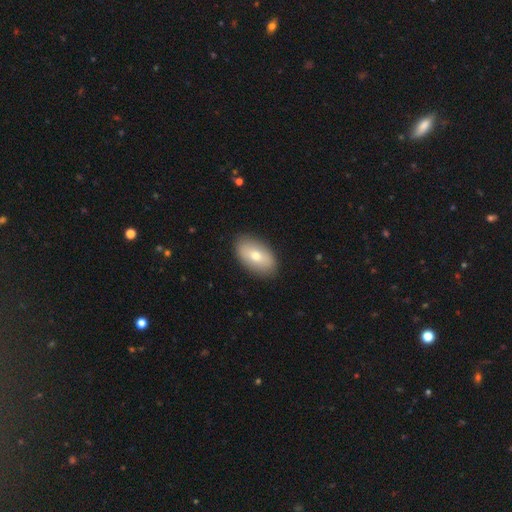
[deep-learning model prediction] Morphology: type=smooth (70%); roundness=in between (93%); merging=none (87%).